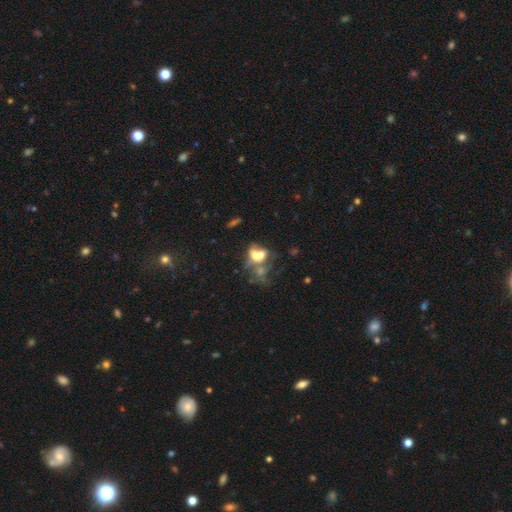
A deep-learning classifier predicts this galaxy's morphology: Smooth or featured: smooth — 44% (featured or disk — 41%)
Merging: merger — 64% (major disturbance — 15%)